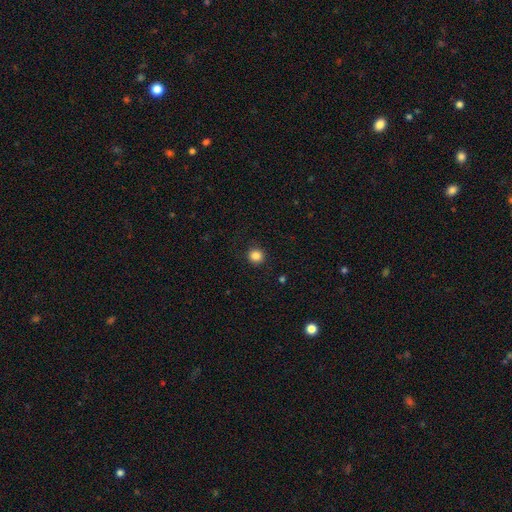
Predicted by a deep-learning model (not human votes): Q: Smooth or featured?
A: smooth (85%); runner-up: star or artifact (11%)
Q: How rounded?
A: round (94%); runner-up: in between (5%)
Q: Merging?
A: none (92%); runner-up: minor disturbance (5%)